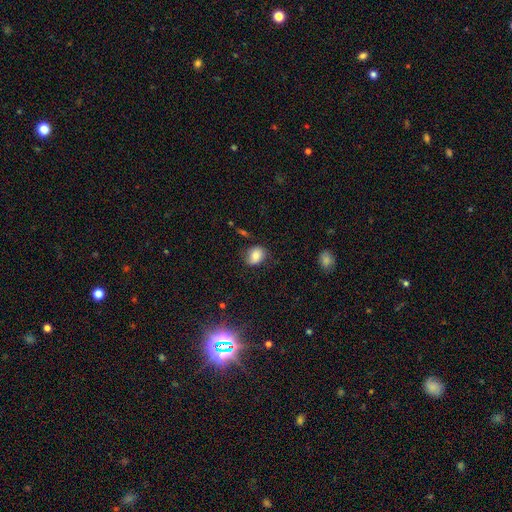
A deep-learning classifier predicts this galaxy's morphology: type=smooth (79%); roundness=in between (59%); merging=none (72%).